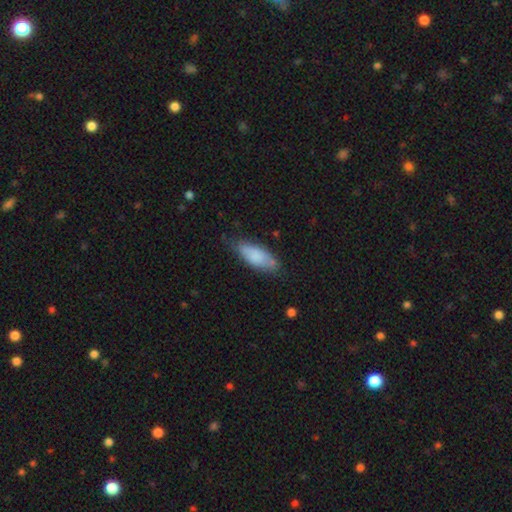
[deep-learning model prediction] A smooth galaxy with no disk features (79%) that is in between round and cigar-shaped (74%).

Vote fractions:
- Smooth or featured? smooth: 79% / featured or disk: 14% / star or artifact: 6%
- How rounded? in between: 74% / cigar-shaped: 24% / round: 2%
- Merging? none: 68% / minor disturbance: 25% / major disturbance: 5% / merger: 2%